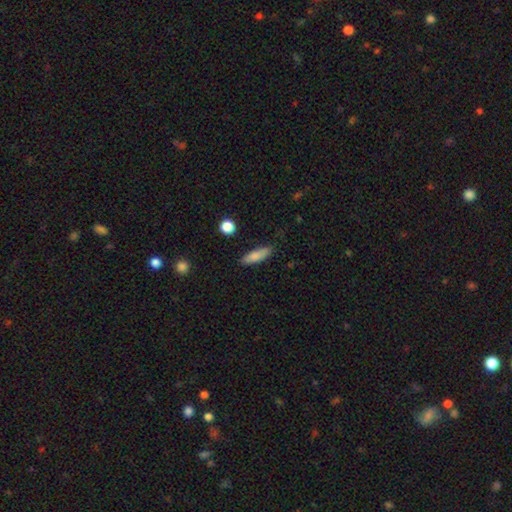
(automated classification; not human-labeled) A smooth galaxy with no disk features (83%) that is cigar-shaped (51%). Merging: none (83%).